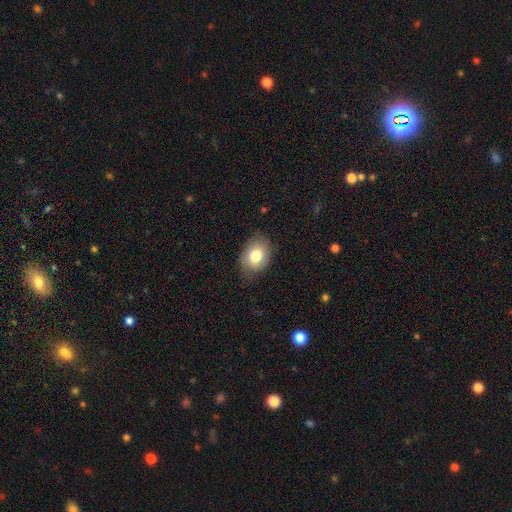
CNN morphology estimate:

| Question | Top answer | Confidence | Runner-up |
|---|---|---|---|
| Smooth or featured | smooth | 79% | featured or disk (13%) |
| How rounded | in between | 66% | round (33%) |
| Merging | none | 74% | minor disturbance (20%) |